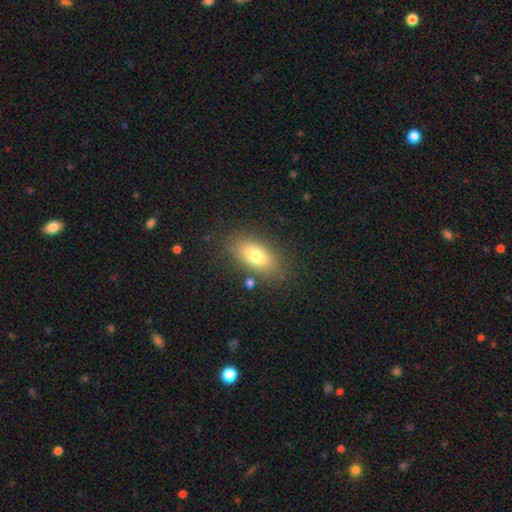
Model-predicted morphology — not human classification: smooth_or_featured: smooth (p=0.75) [alt: featured or disk p=0.16]
how_rounded: in between (p=0.86) [alt: cigar-shaped p=0.08]
merging: none (p=0.82) [alt: minor disturbance p=0.11]